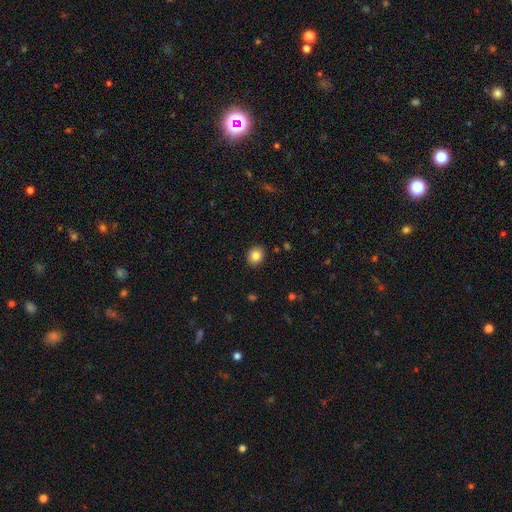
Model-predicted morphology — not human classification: This appears to be a smooth galaxy with no disk features (84%) that is round (70%). Merging: none (90%).